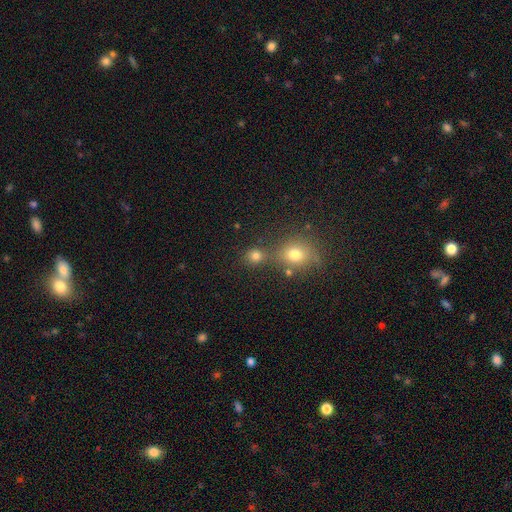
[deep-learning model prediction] smooth-or-featured: smooth: 77% | star or artifact: 16% | featured or disk: 7%
  how-rounded: round: 84% | in between: 15% | cigar-shaped: 1%
  merging: none: 65% | merger: 23% | minor disturbance: 8% | major disturbance: 4%